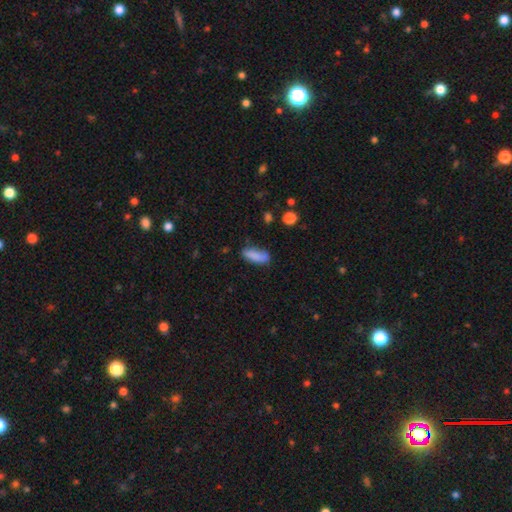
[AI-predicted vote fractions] Smooth or featured: smooth — 82% (featured or disk — 10%)
How rounded: in between — 67% (cigar-shaped — 31%)
Merging: none — 60% (minor disturbance — 25%)